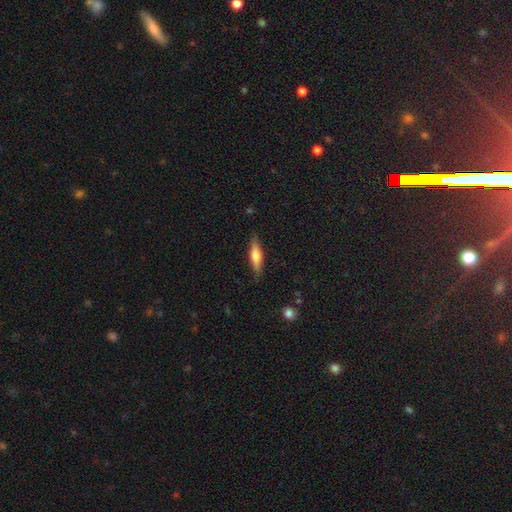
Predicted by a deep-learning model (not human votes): Smooth or featured: featured or disk — 47% (tied with smooth — 47%)
Merging: none — 85% (minor disturbance — 12%)